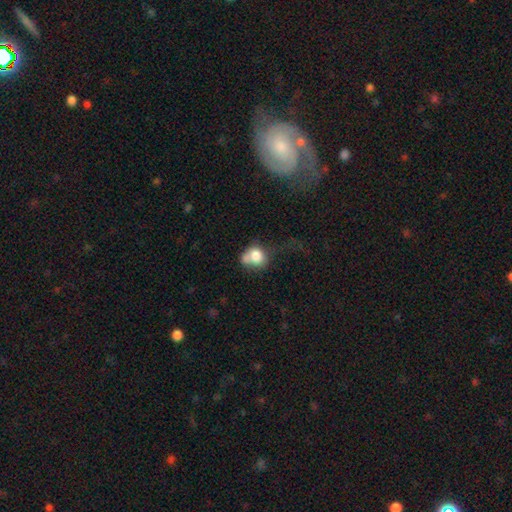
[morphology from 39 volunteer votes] Q: Smooth or featured?
A: smooth (90%); runner-up: featured or disk (10%)
Q: How rounded?
A: round (66%); runner-up: in between (34%)
Q: Merging?
A: merger (38%); runner-up: none (31%)